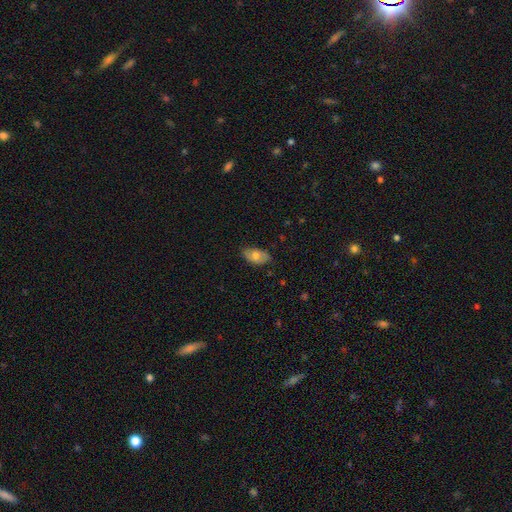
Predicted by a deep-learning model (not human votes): The model was most divided on "smooth or featured": smooth: 68%, featured or disk: 25%, star or artifact: 7%. More confident: how rounded — in between (93%); merging — none (77%).